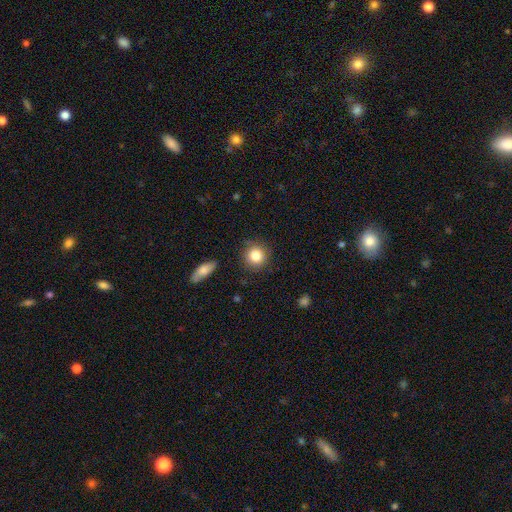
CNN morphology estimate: Smooth or featured? Predicted: smooth (p=0.84). How rounded? Predicted: round (p=0.91). Merging? Predicted: none (p=0.86).